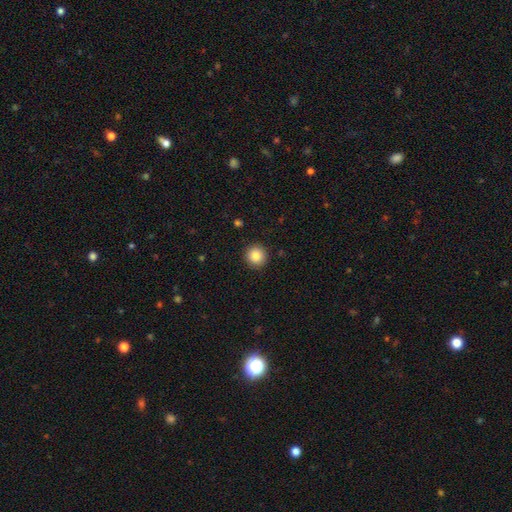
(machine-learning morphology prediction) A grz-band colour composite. It shows a smooth galaxy with no disk features (86%) that is round (94%). Merging: none (92%).